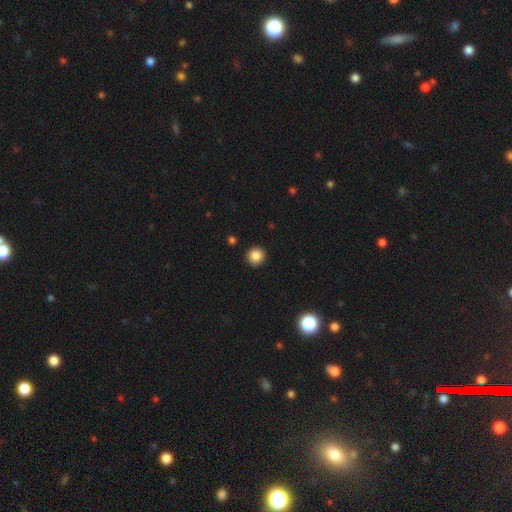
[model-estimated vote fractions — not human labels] smooth 85%, star or artifact 10%, featured or disk 4%. Down the decision tree: how rounded — round (95%); merging — none (93%).